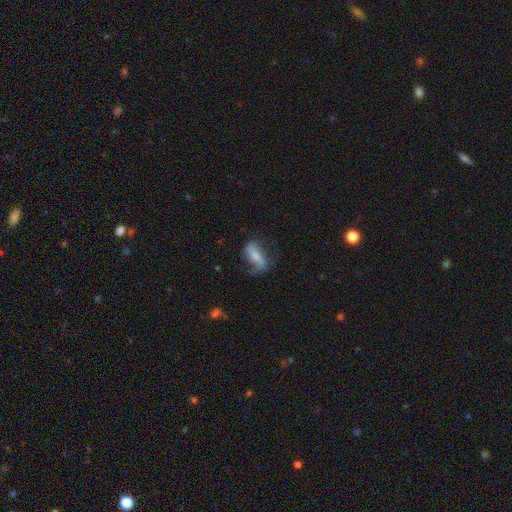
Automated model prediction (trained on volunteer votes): The model was most divided on "smooth or featured": featured or disk: 47%, smooth: 45%, star or artifact: 8%. Remaining: merging — none (50%).